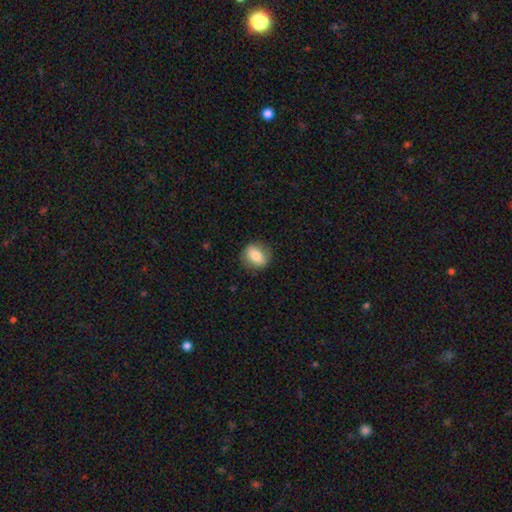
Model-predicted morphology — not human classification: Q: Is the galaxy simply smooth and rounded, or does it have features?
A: smooth — 75%.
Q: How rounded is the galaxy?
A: round — 51%.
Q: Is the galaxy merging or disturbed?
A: none — 82%.